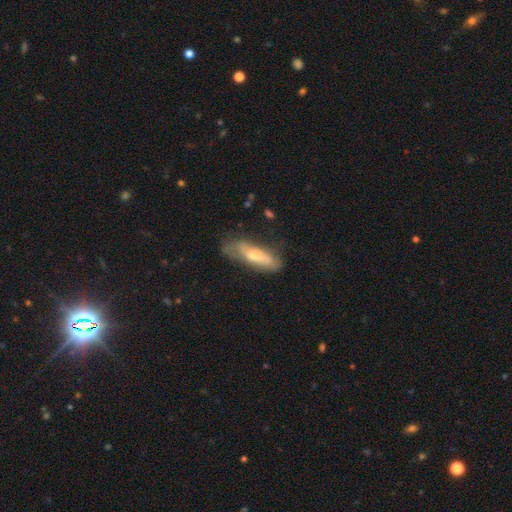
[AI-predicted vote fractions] smooth_or_featured: smooth (p=0.58) [alt: featured or disk p=0.35]
how_rounded: cigar-shaped (p=0.53) [alt: in between p=0.45]
merging: none (p=0.54) [alt: minor disturbance p=0.29]